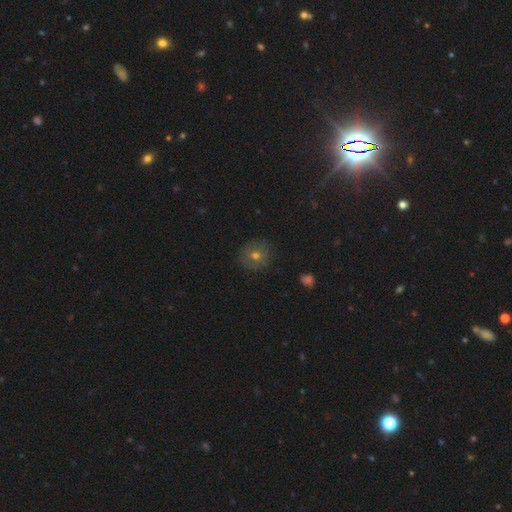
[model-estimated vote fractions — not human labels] Smooth or featured? Predicted: smooth (p=0.59). How rounded? Predicted: round (p=0.90). Merging? Predicted: none (p=0.85).